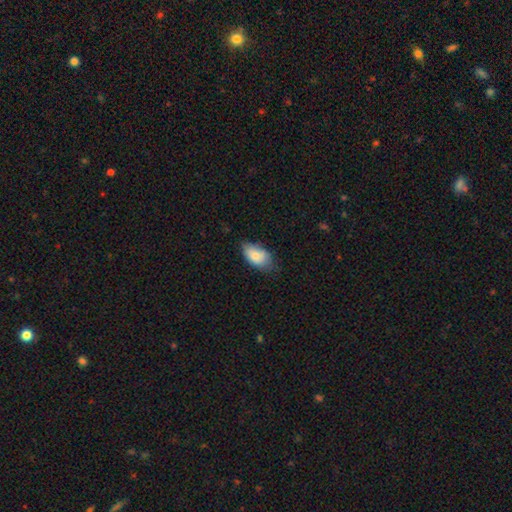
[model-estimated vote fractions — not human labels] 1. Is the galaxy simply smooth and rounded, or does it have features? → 78% smooth, 15% featured or disk, 7% star or artifact.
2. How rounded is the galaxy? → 92% in between, 6% round, 2% cigar-shaped.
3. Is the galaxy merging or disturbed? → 59% none, 33% minor disturbance, 6% major disturbance, 2% merger.